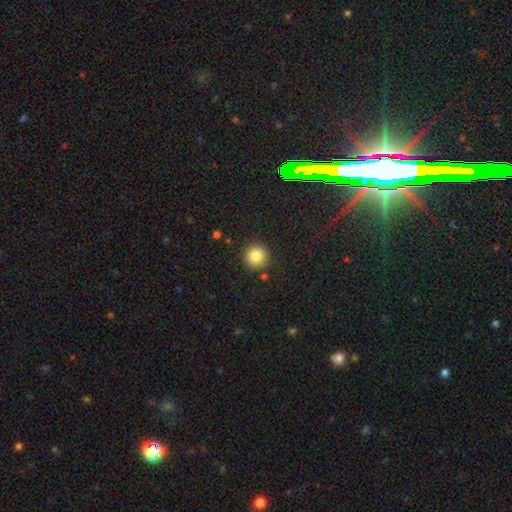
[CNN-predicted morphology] This appears to be a smooth galaxy with no disk features (84%) that is round (95%). Merging: none (89%).